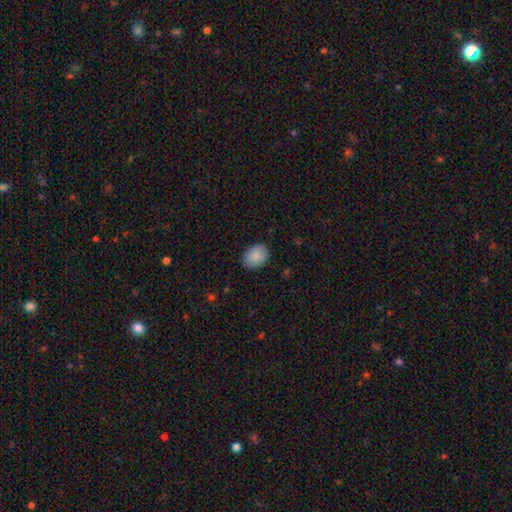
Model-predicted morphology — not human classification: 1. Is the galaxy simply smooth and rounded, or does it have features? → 88% smooth, 7% star or artifact, 5% featured or disk.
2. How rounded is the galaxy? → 62% in between, 37% round, 1% cigar-shaped.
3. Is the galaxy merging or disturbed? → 86% none, 11% minor disturbance, 2% major disturbance, 1% merger.